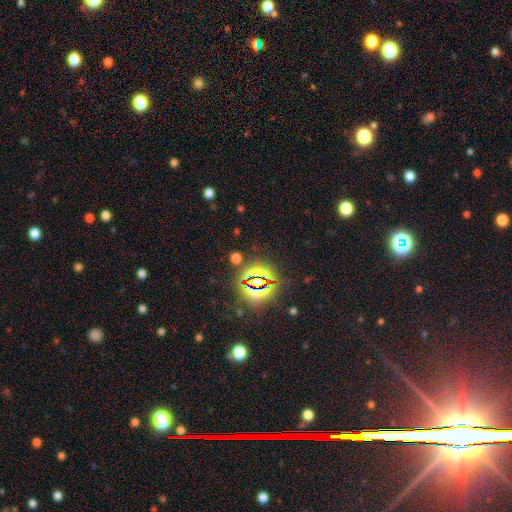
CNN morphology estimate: Smooth or featured: star or artifact — 79% (smooth — 12%)